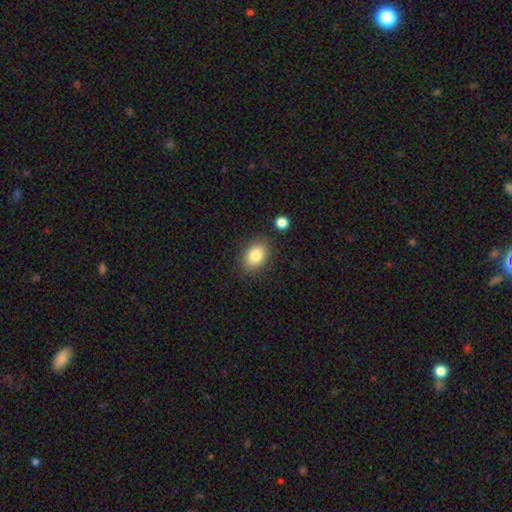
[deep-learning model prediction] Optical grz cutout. It shows a smooth galaxy with no disk features (83%) that is in between round and cigar-shaped (78%). Merging: none (84%).